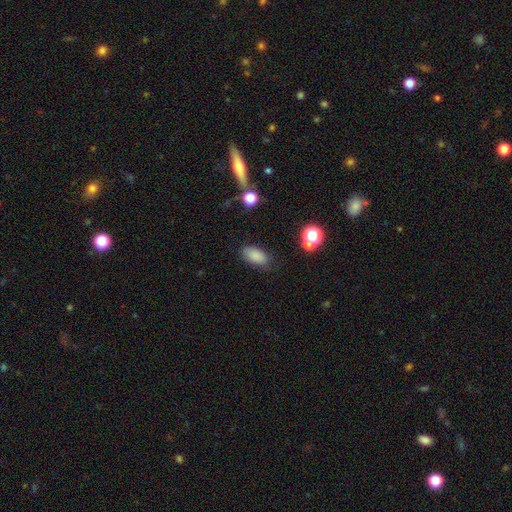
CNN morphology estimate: smooth-or-featured: smooth: 85% | star or artifact: 10% | featured or disk: 5%
  how-rounded: in between: 90% | cigar-shaped: 6% | round: 4%
  merging: none: 80% | minor disturbance: 14% | major disturbance: 4% | merger: 2%